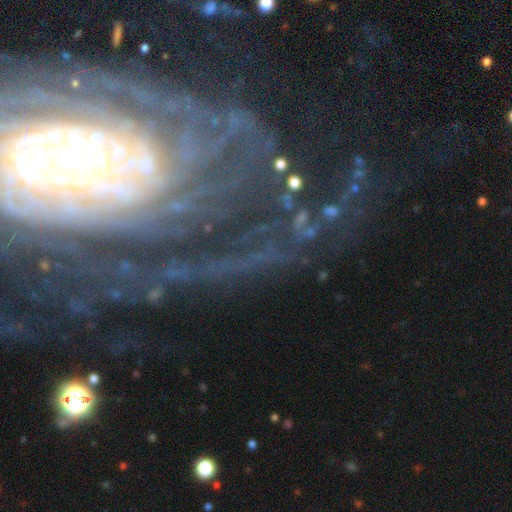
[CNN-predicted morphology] Smooth or featured: featured or disk — 85% (star or artifact — 9%)
Edge-on disk: no — 94% (yes — 6%)
Bar: no — 63% (weak — 21%)
Spiral arms: yes — 95% (no — 5%)
Spiral winding: tight — 72% (medium — 21%)
Spiral arm count: can't tell — 31% (more than 4 — 18%)
Bulge size: small — 55% (moderate — 31%)
Merging: none — 64% (major disturbance — 18%)